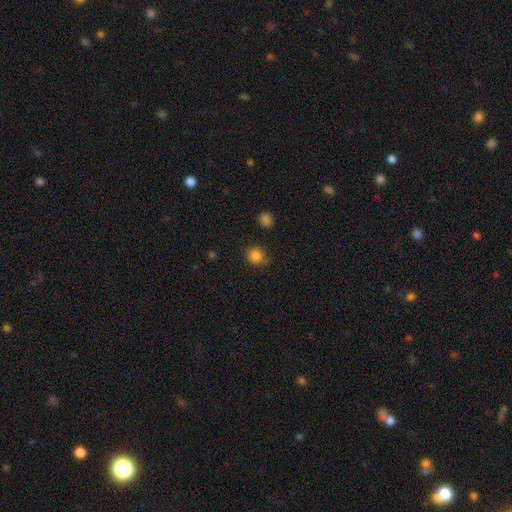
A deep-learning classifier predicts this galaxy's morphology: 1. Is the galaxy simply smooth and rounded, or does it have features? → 84% smooth, 11% star or artifact, 4% featured or disk.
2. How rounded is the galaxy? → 81% round, 18% in between, 1% cigar-shaped.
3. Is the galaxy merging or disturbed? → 79% none, 16% minor disturbance, 3% major disturbance, 2% merger.